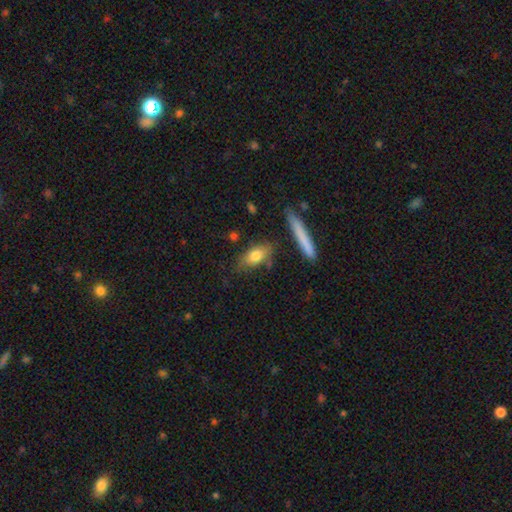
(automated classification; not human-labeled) This is likely a smooth galaxy (77%). How rounded: likely in between (72%). Merging: likely none (72%).